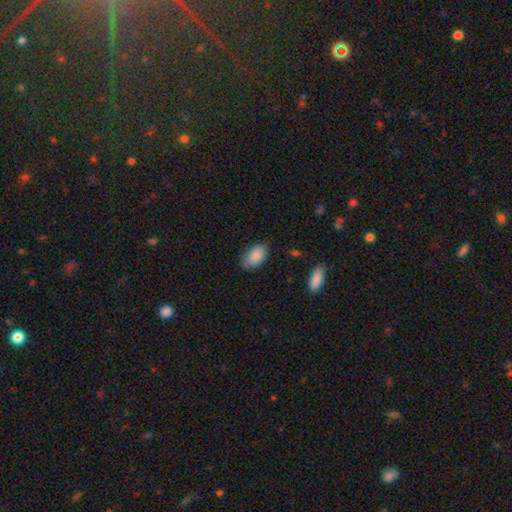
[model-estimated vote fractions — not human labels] Smooth or featured? Predicted: smooth (p=0.86). How rounded? Predicted: in between (p=0.93). Merging? Predicted: none (p=0.73).